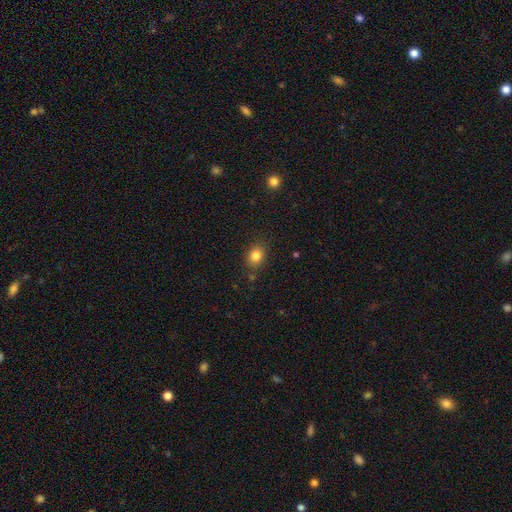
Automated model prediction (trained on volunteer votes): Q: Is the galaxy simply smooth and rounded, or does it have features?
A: smooth — 83%.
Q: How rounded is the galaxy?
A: round — 52%.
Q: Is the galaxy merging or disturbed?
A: none — 81%.